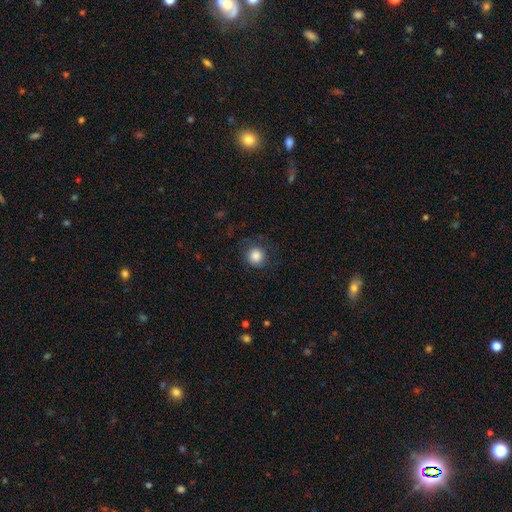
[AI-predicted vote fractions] Smooth or featured: smooth — 85% (star or artifact — 9%)
How rounded: round — 93% (in between — 6%)
Merging: none — 79% (minor disturbance — 13%)